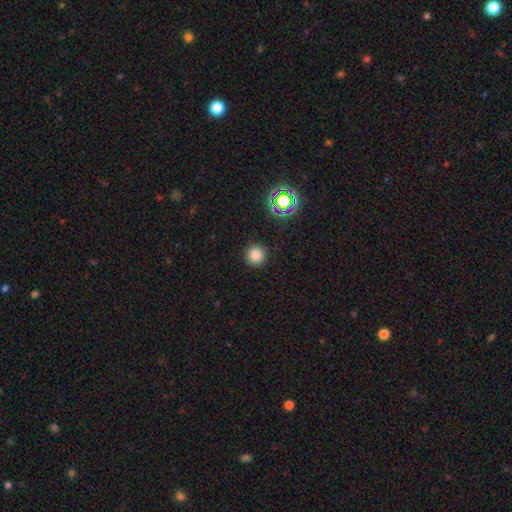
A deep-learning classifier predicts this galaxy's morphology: smooth-or-featured: smooth: 79% | star or artifact: 17% | featured or disk: 4%
  how-rounded: round: 95% | in between: 4% | cigar-shaped: 1%
  merging: none: 90% | minor disturbance: 6% | major disturbance: 2% | merger: 1%